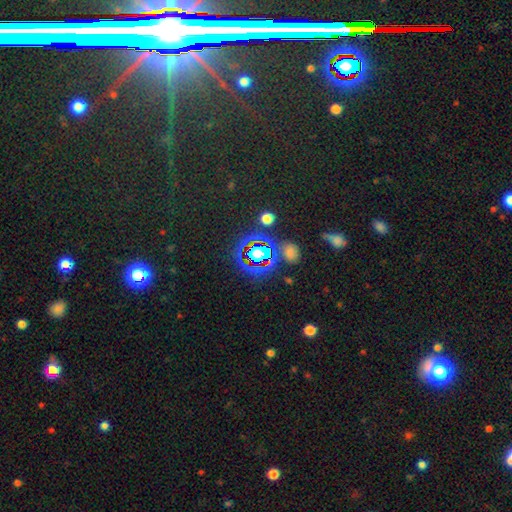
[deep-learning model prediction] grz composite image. It shows a star or artifact, not a galaxy (61%).